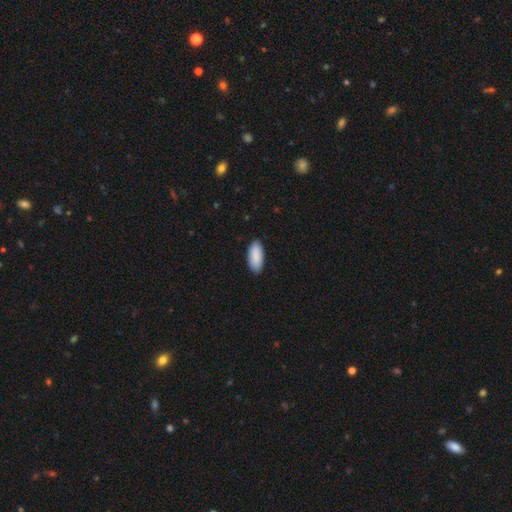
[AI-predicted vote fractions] Overall: smooth (91%). How rounded: in between (89%). Merging: none (88%).